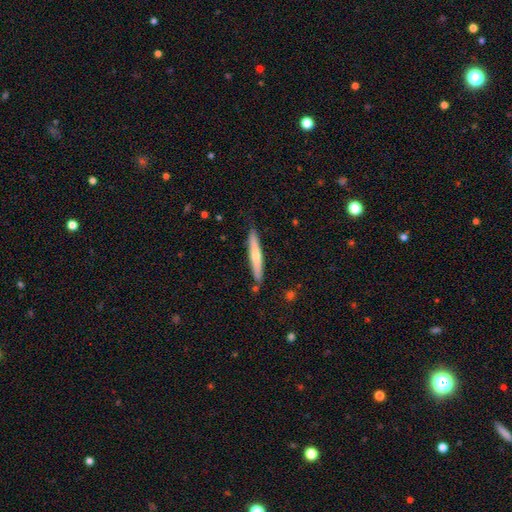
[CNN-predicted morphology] A smooth galaxy with no disk features (56%) that is cigar-shaped (94%). Merging: none (84%).